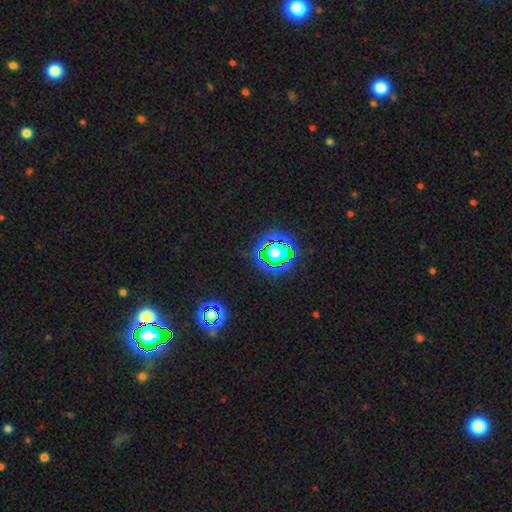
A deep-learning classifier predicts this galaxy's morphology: type=star or artifact (80%).